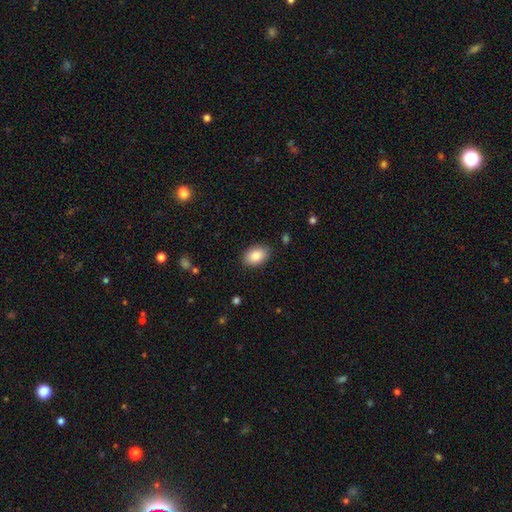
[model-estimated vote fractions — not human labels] smooth_or_featured: smooth (p=0.87) [alt: star or artifact p=0.07]
how_rounded: in between (p=0.89) [alt: round p=0.10]
merging: none (p=0.87) [alt: minor disturbance p=0.09]